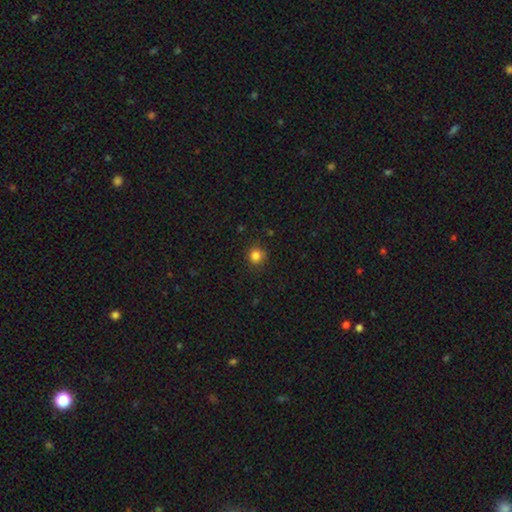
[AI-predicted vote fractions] Smooth or featured: smooth — 83% (star or artifact — 13%)
How rounded: round — 91% (in between — 8%)
Merging: none — 87% (minor disturbance — 9%)